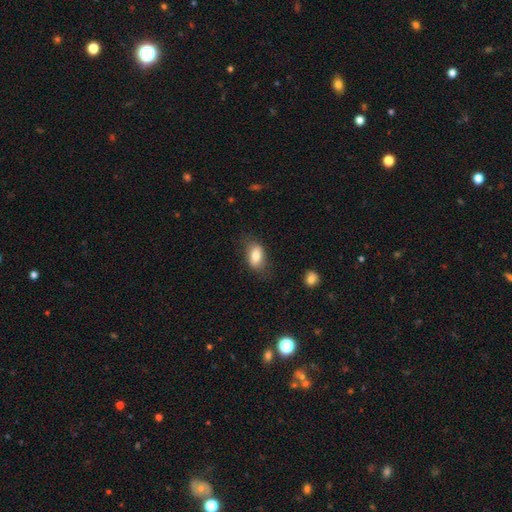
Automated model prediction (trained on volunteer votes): Q: Smooth or featured?
A: smooth (80%); runner-up: featured or disk (13%)
Q: How rounded?
A: in between (89%); runner-up: round (8%)
Q: Merging?
A: none (69%); runner-up: minor disturbance (22%)